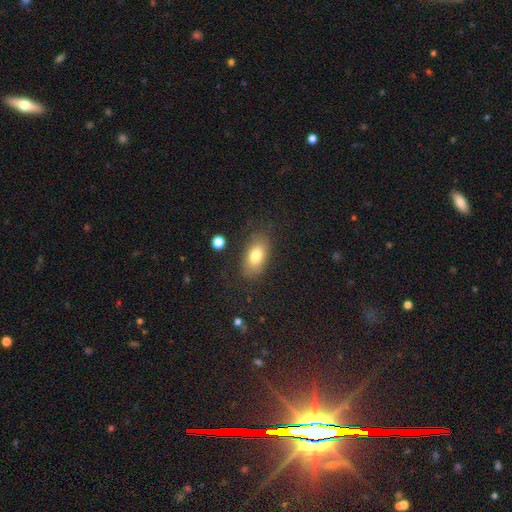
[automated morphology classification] Smooth or featured? Predicted: smooth (p=0.78). How rounded? Predicted: in between (p=0.90). Merging? Predicted: none (p=0.79).